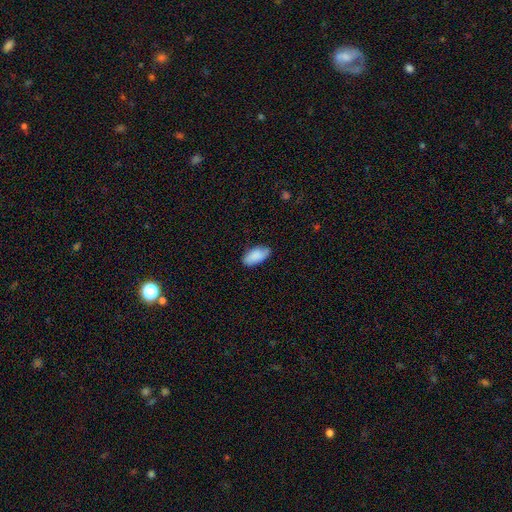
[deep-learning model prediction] smooth_or_featured: smooth (p=0.85) [alt: featured or disk p=0.08]
how_rounded: in between (p=0.92) [alt: cigar-shaped p=0.05]
merging: none (p=0.75) [alt: minor disturbance p=0.20]